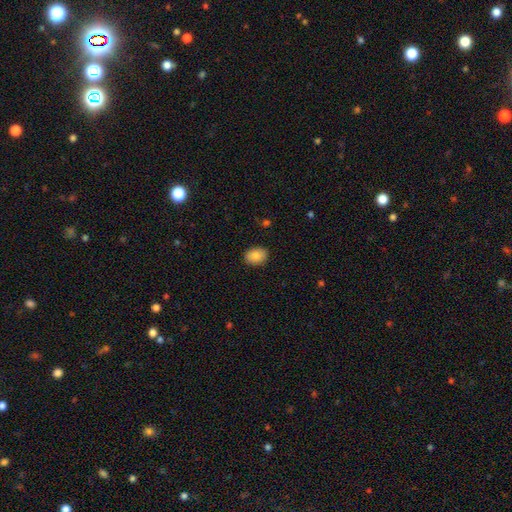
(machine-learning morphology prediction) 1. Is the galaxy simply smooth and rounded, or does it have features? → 86% smooth, 7% star or artifact, 6% featured or disk.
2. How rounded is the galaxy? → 75% in between, 24% round, 1% cigar-shaped.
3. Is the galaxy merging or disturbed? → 88% none, 9% minor disturbance, 2% major disturbance, 1% merger.